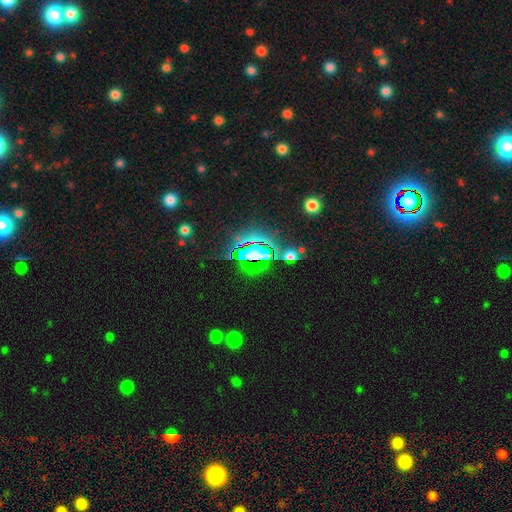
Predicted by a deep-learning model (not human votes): This is likely a star or artifact rather than a galaxy (71%).